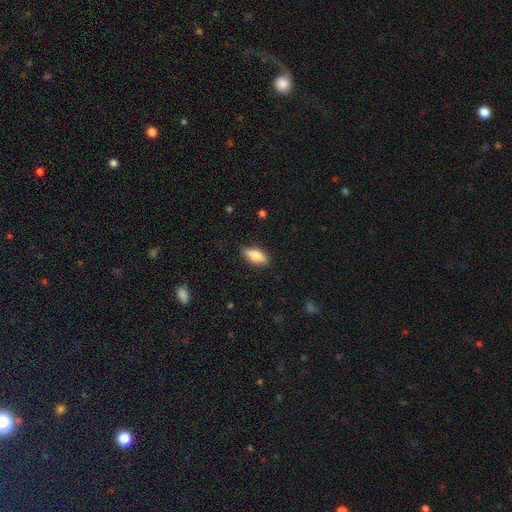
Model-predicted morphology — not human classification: A smooth galaxy with no disk features (81%) that is in between round and cigar-shaped (79%). Merging: none (85%).